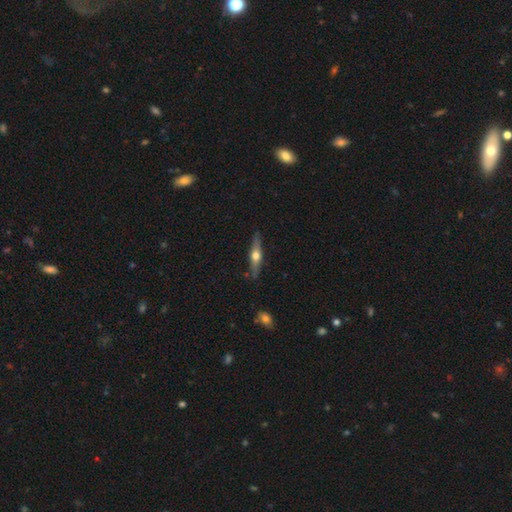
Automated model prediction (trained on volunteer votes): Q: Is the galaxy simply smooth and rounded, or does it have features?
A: featured or disk — 64%.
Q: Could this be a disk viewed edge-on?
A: yes — 95%.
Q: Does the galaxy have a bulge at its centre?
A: rounded — 95%.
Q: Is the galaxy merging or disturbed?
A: none — 87%.